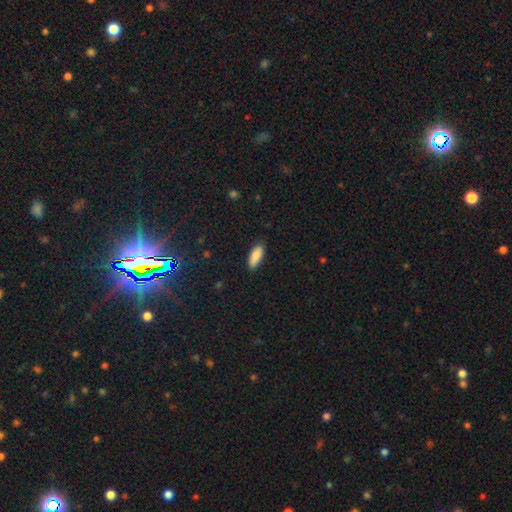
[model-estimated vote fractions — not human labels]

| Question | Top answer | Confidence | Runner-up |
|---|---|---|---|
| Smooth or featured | smooth | 89% | star or artifact (6%) |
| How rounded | in between | 77% | cigar-shaped (21%) |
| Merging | none | 85% | minor disturbance (12%) |